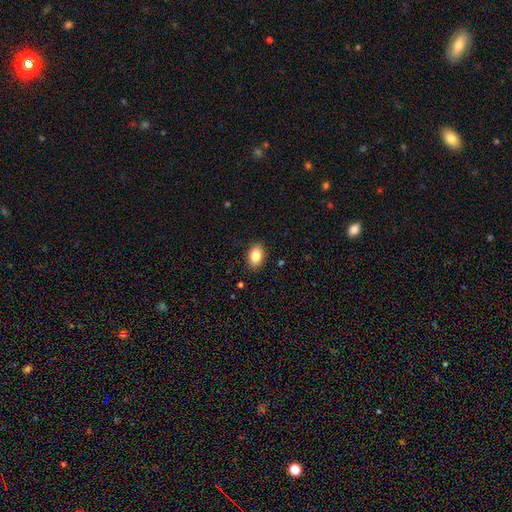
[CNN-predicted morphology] This appears to be a smooth galaxy with no disk features (86%) that is in between round and cigar-shaped (87%). Merging: none (89%).